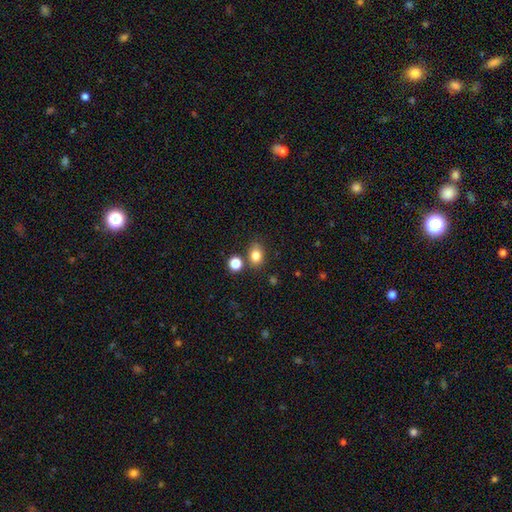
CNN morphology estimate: smooth 82%, star or artifact 12%, featured or disk 6%. Down the decision tree: how rounded — in between (56%); merging — none (74%).